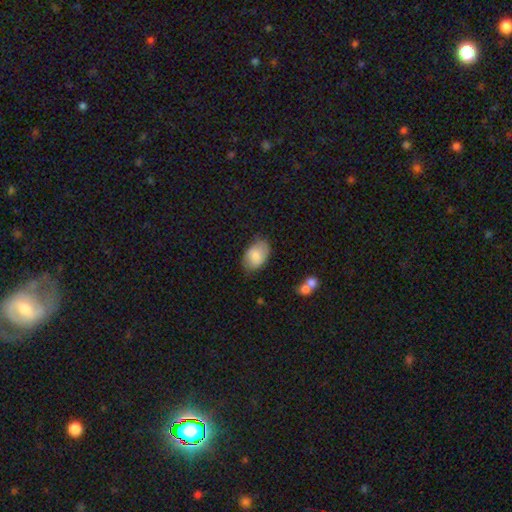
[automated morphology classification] smooth 78%, featured or disk 16%, star or artifact 6%. Down the decision tree: how rounded — in between (89%); merging — none (71%).